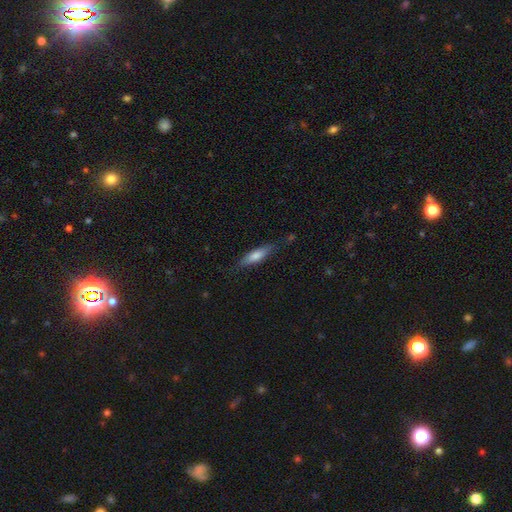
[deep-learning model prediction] Smooth or featured: smooth — 67% (featured or disk — 27%)
How rounded: cigar-shaped — 67% (in between — 31%)
Merging: none — 77% (minor disturbance — 17%)